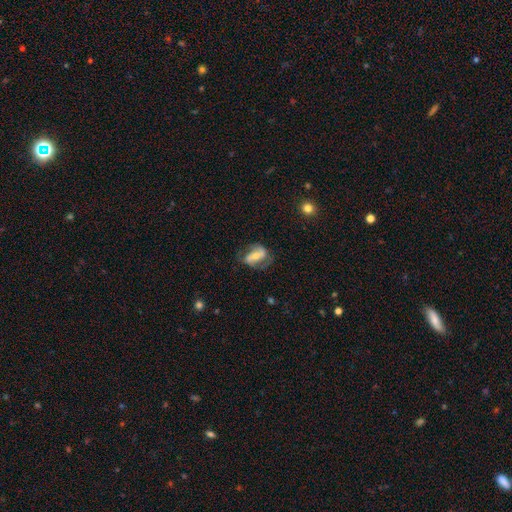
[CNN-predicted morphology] type=featured or disk (72%); edge-on=no (96%); bar=strong (47%); spiral arms=yes (88%); winding=medium (44%); arm count=2 (86%); bulge=moderate (46%); merging=none (65%).